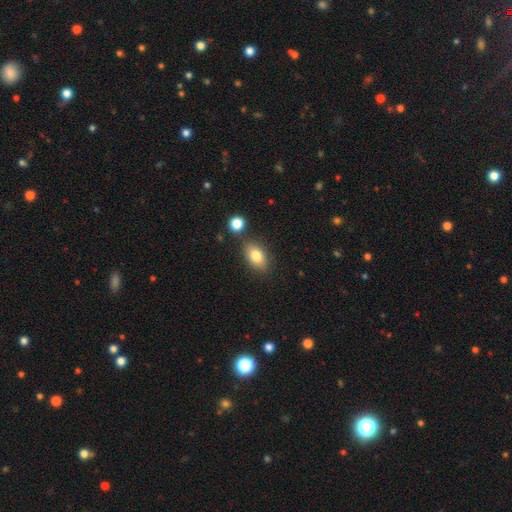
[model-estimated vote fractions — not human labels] Overall: smooth (79%). How rounded: in between (87%). Merging: none (76%).